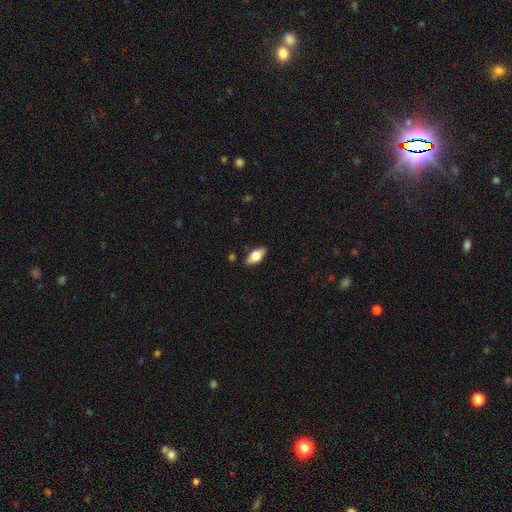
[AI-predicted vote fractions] Smooth or featured? smooth (73%)
How rounded? in between (89%)
Merging? none (86%)